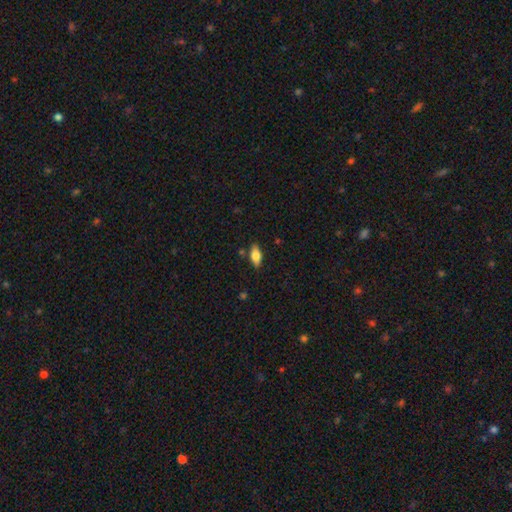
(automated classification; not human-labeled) Overall: smooth (68%). How rounded: in between (83%). Merging: none (83%).